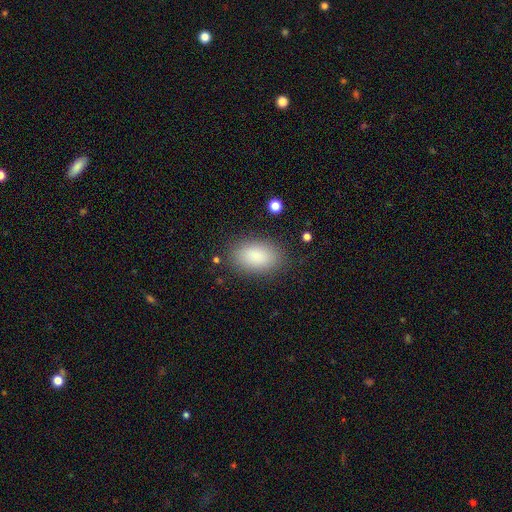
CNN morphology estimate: Smooth or featured? smooth (87%)
How rounded? in between (91%)
Merging? none (84%)